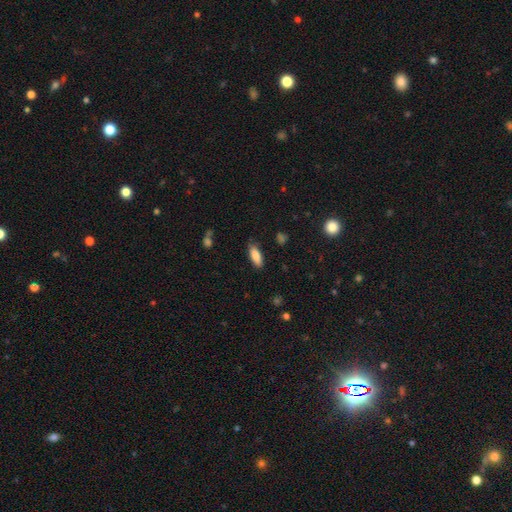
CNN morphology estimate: Smooth or featured? Predicted: smooth (p=0.84). How rounded? Predicted: in between (p=0.69). Merging? Predicted: none (p=0.83).